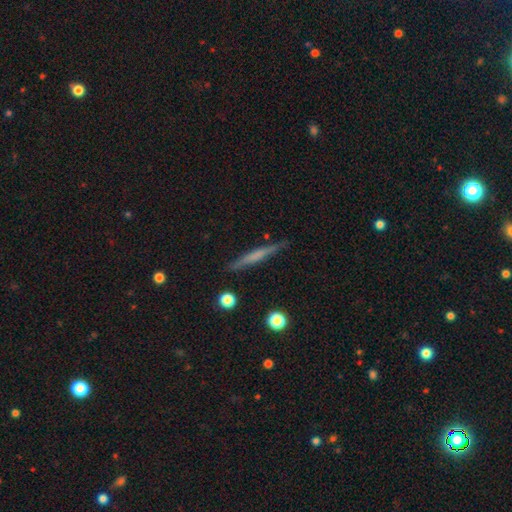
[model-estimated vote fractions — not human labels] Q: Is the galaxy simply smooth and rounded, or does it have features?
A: featured or disk — 48%.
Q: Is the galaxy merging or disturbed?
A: none — 88%.